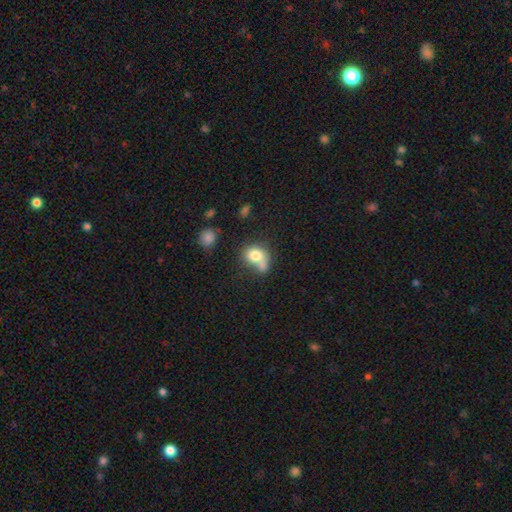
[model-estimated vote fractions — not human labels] Morphology: type=smooth (76%); roundness=round (51%); merging=merger (41%).